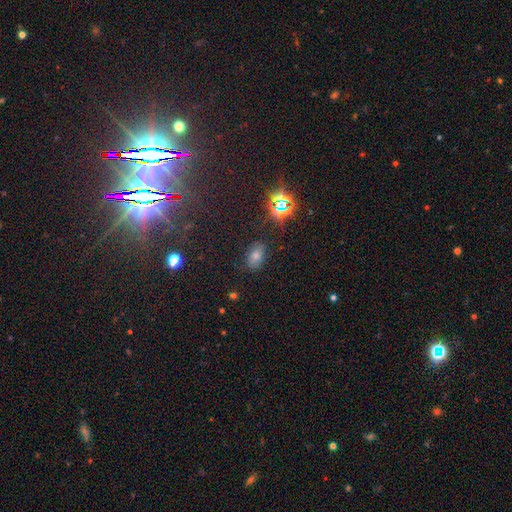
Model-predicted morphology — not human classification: A smooth galaxy with no disk features (53%) that is in between round and cigar-shaped (85%). Merging: none (83%).